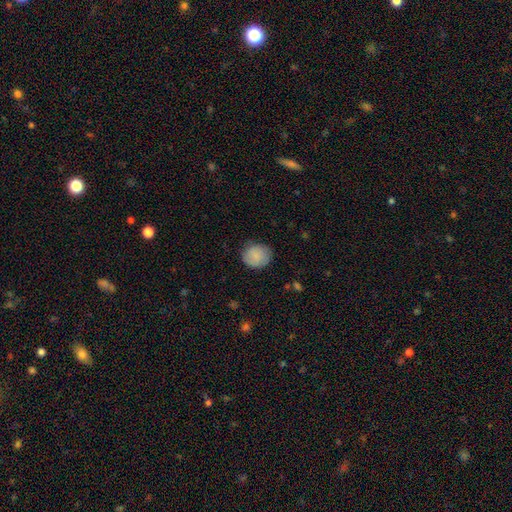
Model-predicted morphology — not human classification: smooth_or_featured: smooth (p=0.85) [alt: featured or disk p=0.09]
how_rounded: round (p=0.81) [alt: in between p=0.18]
merging: none (p=0.82) [alt: minor disturbance p=0.14]